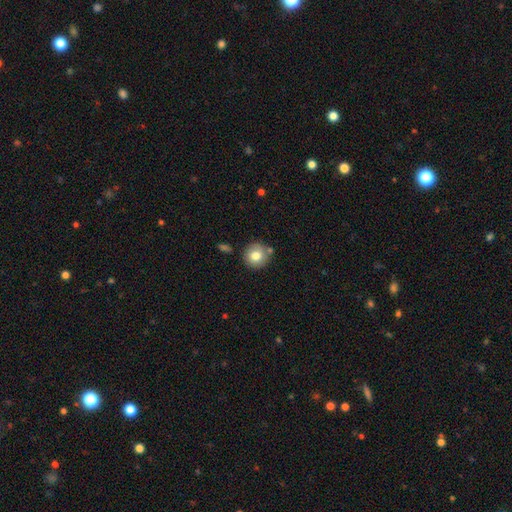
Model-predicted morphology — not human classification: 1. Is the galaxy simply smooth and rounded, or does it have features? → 79% smooth, 12% featured or disk, 9% star or artifact.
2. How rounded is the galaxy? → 92% round, 7% in between, 1% cigar-shaped.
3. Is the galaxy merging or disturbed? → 78% none, 11% minor disturbance, 8% merger, 3% major disturbance.